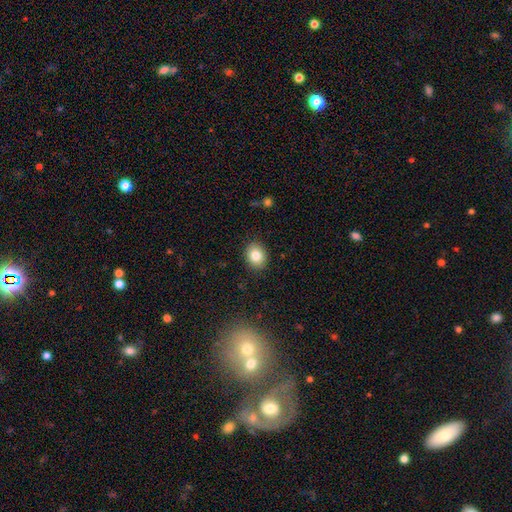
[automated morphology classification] The model was most divided on "how rounded": in between: 50%, round: 49%, cigar-shaped: 1%. More confident: merging — none (89%); smooth or featured — smooth (83%).